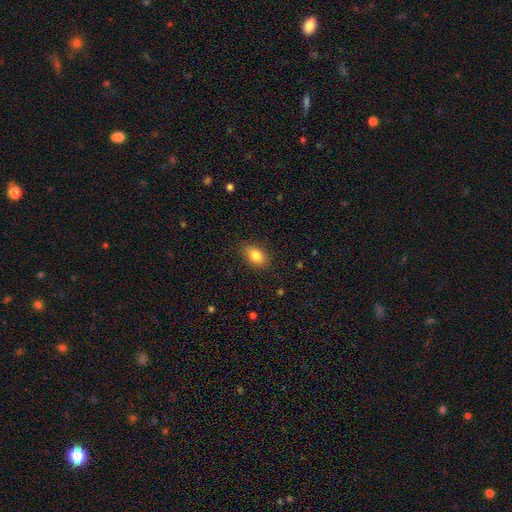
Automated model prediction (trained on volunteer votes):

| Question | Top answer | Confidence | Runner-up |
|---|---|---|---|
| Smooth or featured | smooth | 84% | star or artifact (8%) |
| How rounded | in between | 87% | round (11%) |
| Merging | none | 84% | minor disturbance (12%) |